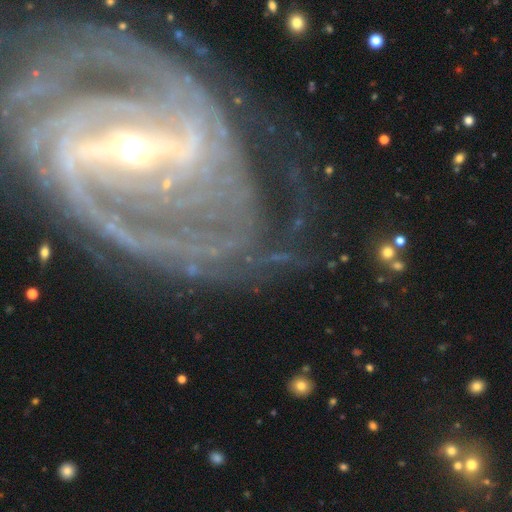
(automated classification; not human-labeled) Q: Smooth or featured?
A: featured or disk (84%); runner-up: star or artifact (10%)
Q: Edge-on disk?
A: no (94%); runner-up: yes (6%)
Q: Bar?
A: strong (57%); runner-up: weak (24%)
Q: Spiral arms?
A: yes (87%); runner-up: no (13%)
Q: Spiral winding?
A: tight (47%); runner-up: medium (34%)
Q: Spiral arm count?
A: 2 (36%); runner-up: can't tell (25%)
Q: Bulge size?
A: small (47%); runner-up: moderate (41%)
Q: Merging?
A: none (56%); runner-up: major disturbance (24%)